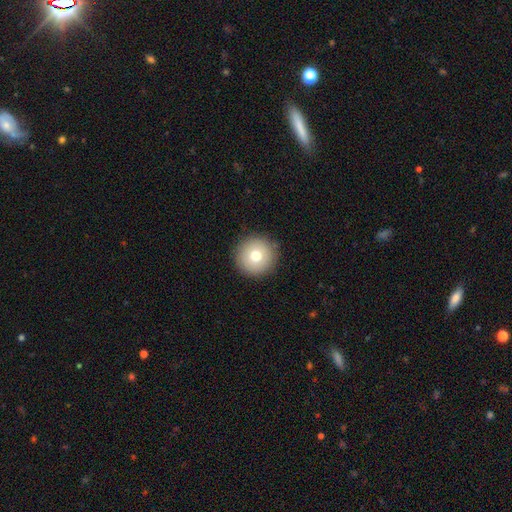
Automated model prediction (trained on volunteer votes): Smooth or featured: smooth — 75% (featured or disk — 15%)
How rounded: round — 96% (in between — 3%)
Merging: none — 90% (minor disturbance — 7%)